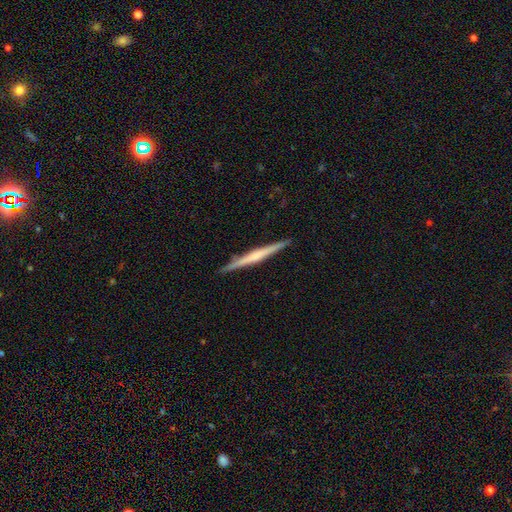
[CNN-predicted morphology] smooth-or-featured: featured or disk: 62% | smooth: 33% | star or artifact: 5%
  disk-edge-on: yes: 98% | no: 2%
    edge-on-bulge: none: 53% | rounded: 32% | boxy: 15%
  merging: none: 91% | minor disturbance: 6% | major disturbance: 1% | merger: 1%